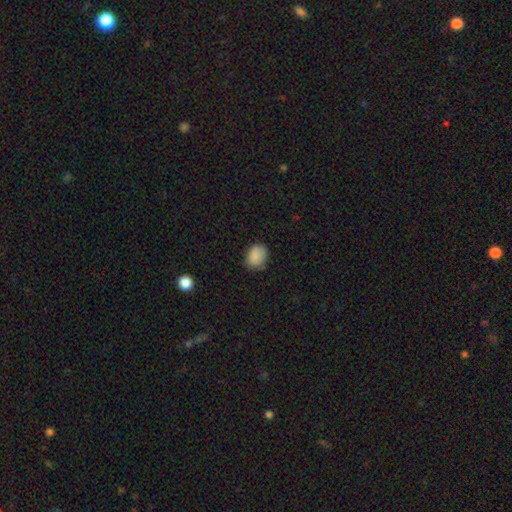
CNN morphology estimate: smooth-or-featured: smooth: 87% | star or artifact: 9% | featured or disk: 4%
  how-rounded: in between: 52% | round: 47% | cigar-shaped: 1%
  merging: none: 74% | minor disturbance: 21% | major disturbance: 4% | merger: 1%